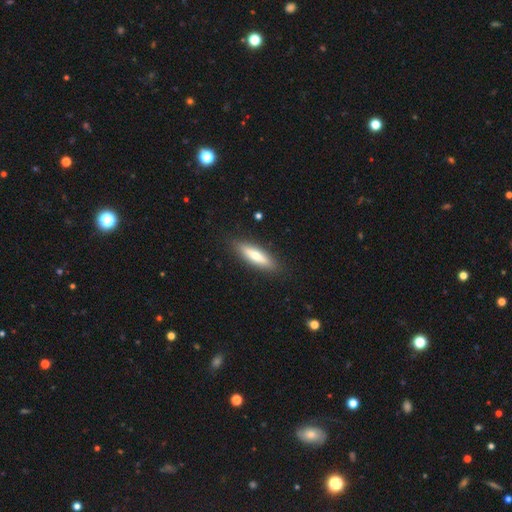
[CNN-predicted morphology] smooth 63%, featured or disk 32%, star or artifact 6%. Down the decision tree: how rounded — cigar-shaped (61%); merging — none (88%).